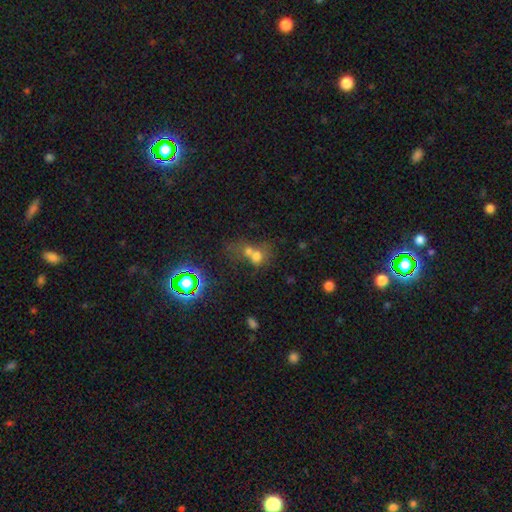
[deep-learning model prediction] smooth-or-featured: smooth: 60% | star or artifact: 21% | featured or disk: 19%
  how-rounded: round: 65% | in between: 34% | cigar-shaped: 2%
  merging: merger: 62% | none: 24% | major disturbance: 7% | minor disturbance: 7%